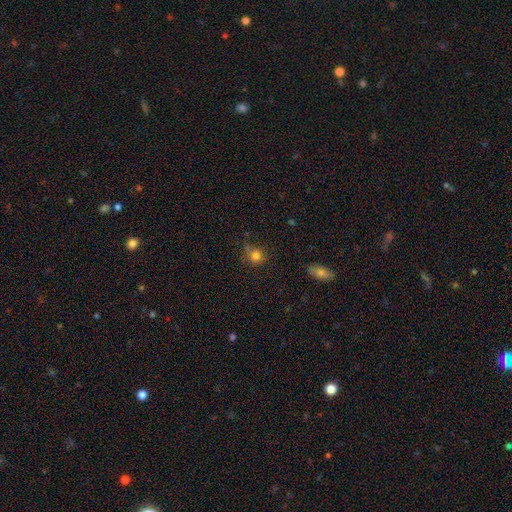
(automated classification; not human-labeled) smooth_or_featured: smooth (p=0.79) [alt: star or artifact p=0.14]
how_rounded: round (p=0.83) [alt: in between p=0.16]
merging: none (p=0.68) [alt: minor disturbance p=0.21]